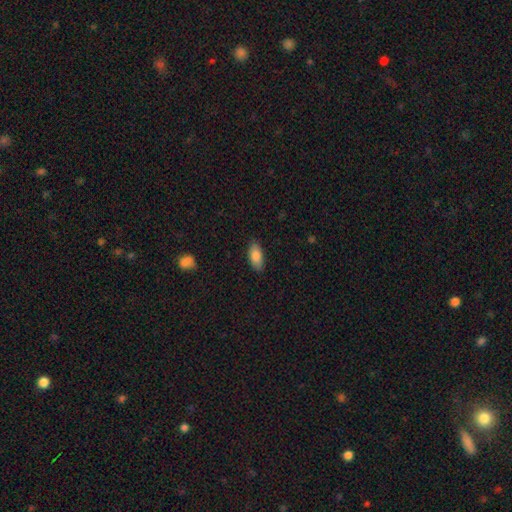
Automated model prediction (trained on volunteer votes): smooth 84%, featured or disk 9%, star or artifact 7%. Down the decision tree: how rounded — in between (87%); merging — none (86%).